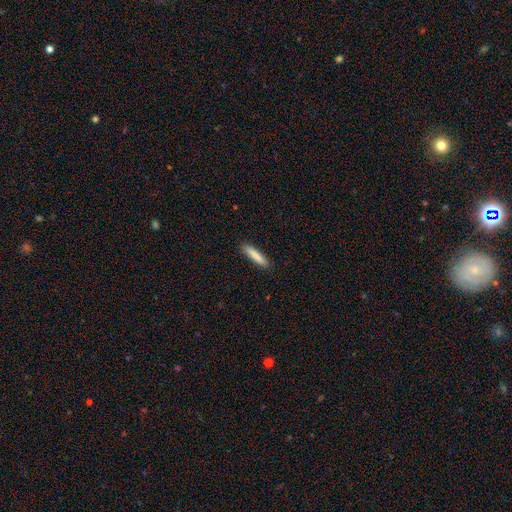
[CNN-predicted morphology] This is clearly a smooth galaxy (85%). How rounded: clearly cigar-shaped (89%). Merging: clearly none (89%).